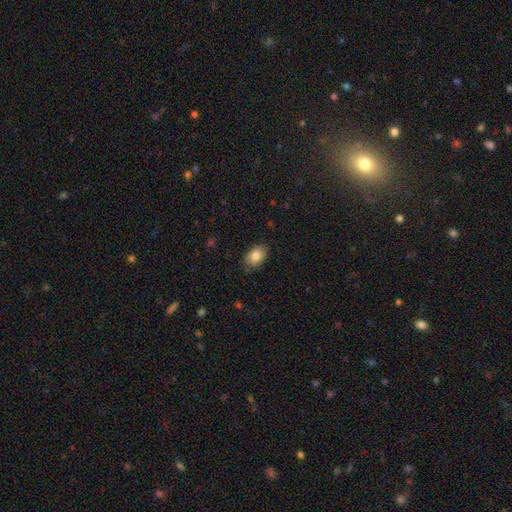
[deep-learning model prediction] smooth 84%, featured or disk 9%, star or artifact 8%. Down the decision tree: how rounded — in between (85%); merging — none (83%).